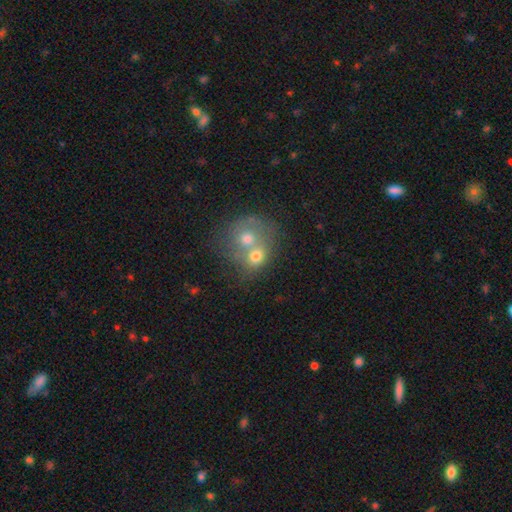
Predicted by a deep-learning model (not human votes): smooth 61%, featured or disk 29%, star or artifact 11%. Down the decision tree: how rounded — round (67%); merging — merger (72%).